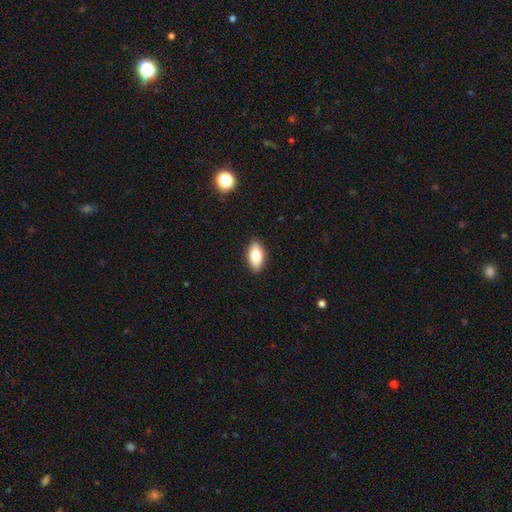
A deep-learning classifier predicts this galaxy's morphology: A smooth galaxy with no disk features (79%) that is in between round and cigar-shaped (91%). Merging: none (90%).